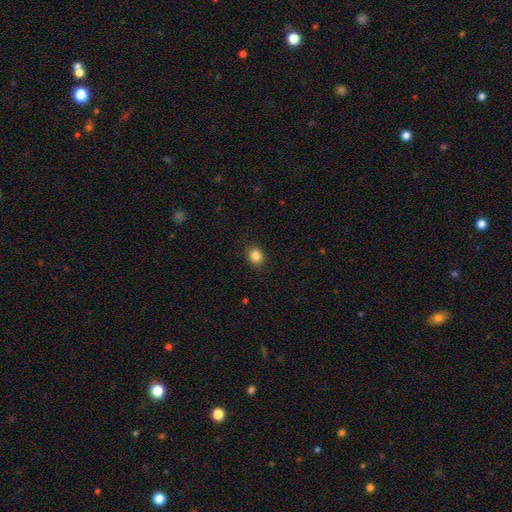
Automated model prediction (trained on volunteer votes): This appears to be a smooth galaxy with no disk features (85%) that is round (55%). Merging: none (90%).